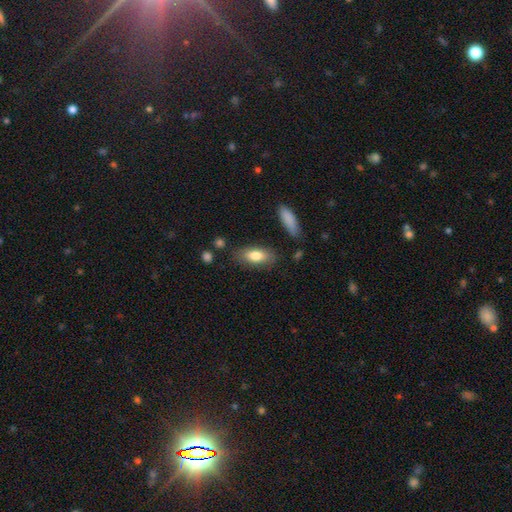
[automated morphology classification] Smooth or featured? smooth (79%)
How rounded? in between (81%)
Merging? none (78%)